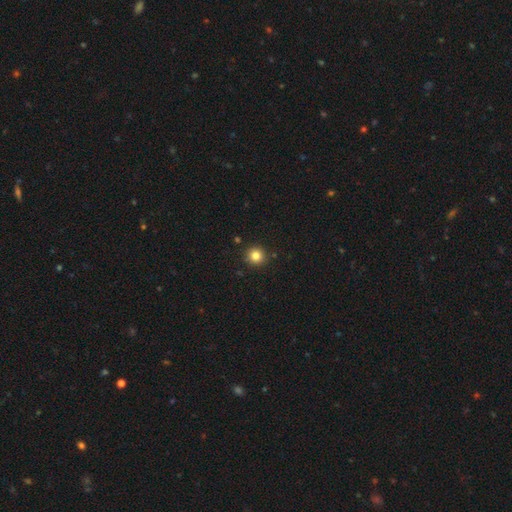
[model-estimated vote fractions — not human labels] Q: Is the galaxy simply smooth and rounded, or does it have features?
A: smooth — 83%.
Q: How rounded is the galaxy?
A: round — 93%.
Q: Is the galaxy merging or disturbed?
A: none — 90%.